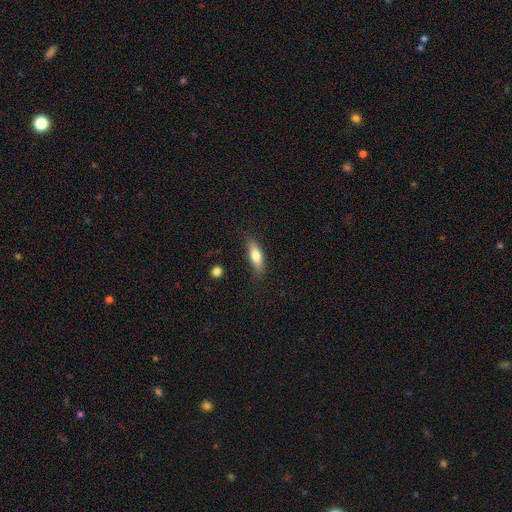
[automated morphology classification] smooth-or-featured: smooth: 73% | featured or disk: 20% | star or artifact: 7%
  how-rounded: in between: 56% | cigar-shaped: 41% | round: 3%
  merging: none: 78% | minor disturbance: 16% | major disturbance: 4% | merger: 2%